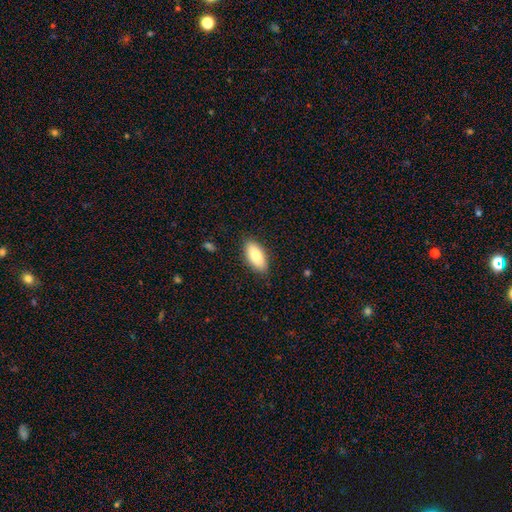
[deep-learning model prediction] Q: Smooth or featured?
A: smooth (80%); runner-up: featured or disk (14%)
Q: How rounded?
A: in between (89%); runner-up: cigar-shaped (9%)
Q: Merging?
A: none (85%); runner-up: minor disturbance (12%)